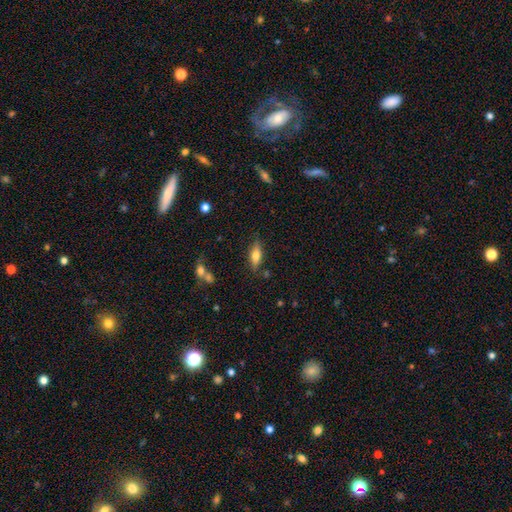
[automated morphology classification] smooth-or-featured: smooth: 60% | featured or disk: 32% | star or artifact: 8%
  how-rounded: in between: 63% | cigar-shaped: 34% | round: 3%
  merging: none: 79% | minor disturbance: 14% | merger: 4% | major disturbance: 3%